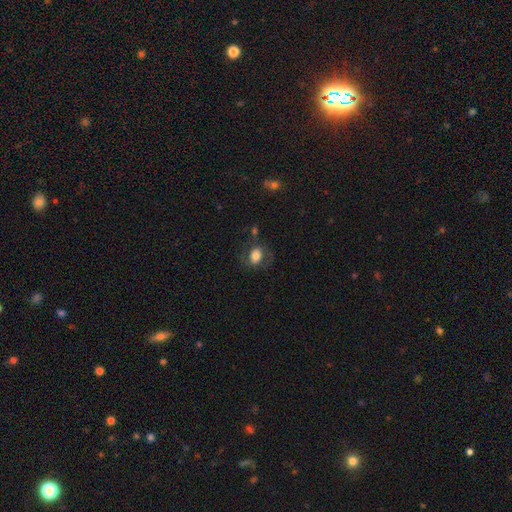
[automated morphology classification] smooth-or-featured: smooth: 63% | featured or disk: 29% | star or artifact: 8%
  how-rounded: in between: 60% | round: 39% | cigar-shaped: 1%
  merging: none: 60% | minor disturbance: 19% | major disturbance: 16% | merger: 5%